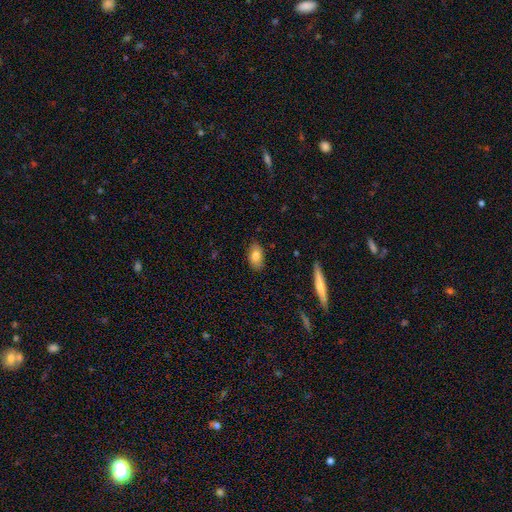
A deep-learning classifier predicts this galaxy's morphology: Smooth or featured?
  - smooth: 81% *
  - featured or disk: 12%
  - star or artifact: 7%
How rounded?
  - in between: 91% *
  - round: 5%
  - cigar-shaped: 4%
Merging?
  - none: 84% *
  - minor disturbance: 12%
  - major disturbance: 2%
  - merger: 1%